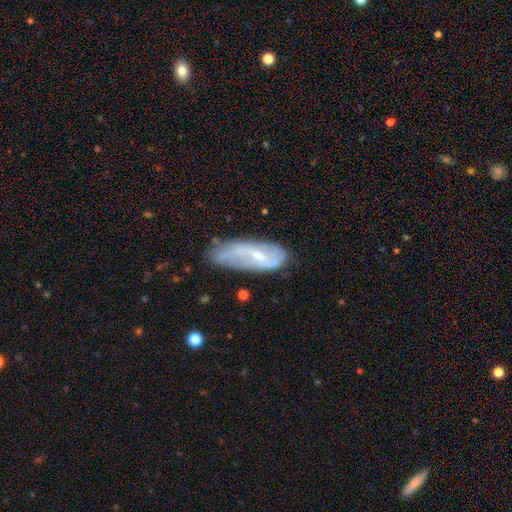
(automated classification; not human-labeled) Smooth or featured: featured or disk — 68% (smooth — 25%)
Edge-on disk: no — 86% (yes — 14%)
Bar: weak — 42% (no — 34%)
Spiral arms: yes — 76% (no — 24%)
Bulge size: small — 70% (moderate — 26%)
Merging: none — 58% (minor disturbance — 30%)